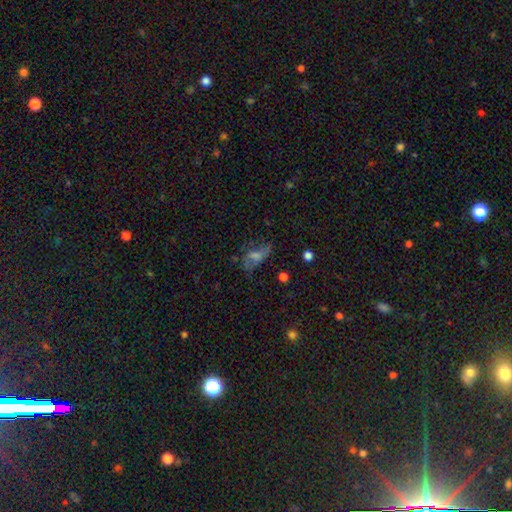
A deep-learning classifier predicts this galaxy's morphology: The model was most divided on "smooth or featured": smooth: 41%, featured or disk: 39%, star or artifact: 20%. Remaining: merging — none (47%).